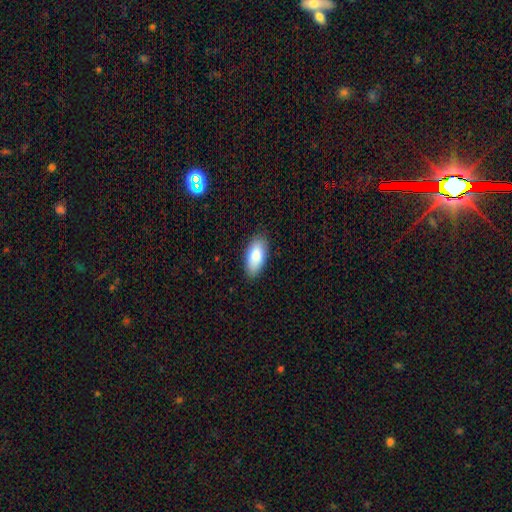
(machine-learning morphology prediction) This appears to be a smooth galaxy with no disk features (86%) that is in between round and cigar-shaped (91%). Merging: none (86%).